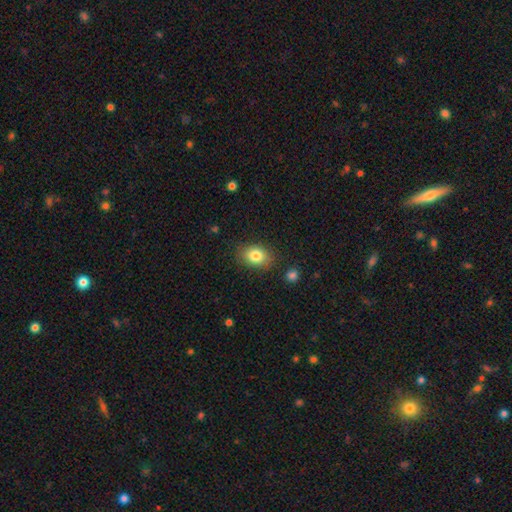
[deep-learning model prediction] Smooth or featured?
  - smooth: 82% *
  - featured or disk: 9%
  - star or artifact: 9%
How rounded?
  - in between: 71% *
  - round: 27%
  - cigar-shaped: 1%
Merging?
  - none: 83% *
  - minor disturbance: 12%
  - major disturbance: 3%
  - merger: 2%